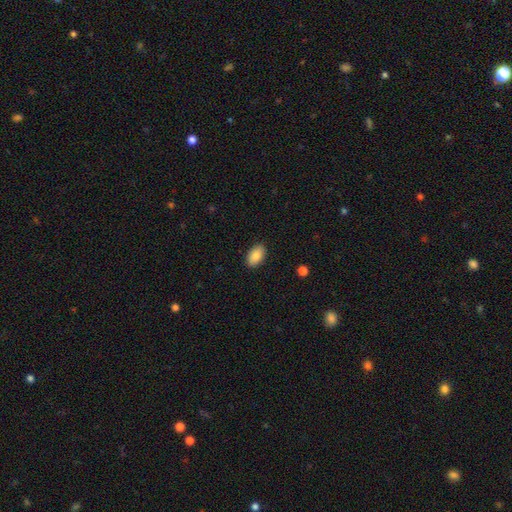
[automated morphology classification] A smooth galaxy with no disk features (88%) that is in between round and cigar-shaped (94%). Merging: none (89%).